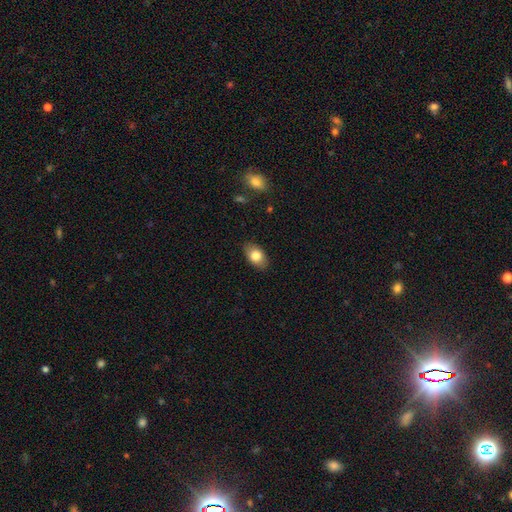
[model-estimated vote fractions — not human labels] A smooth galaxy with no disk features (81%) that is in between round and cigar-shaped (89%). Merging: none (85%).